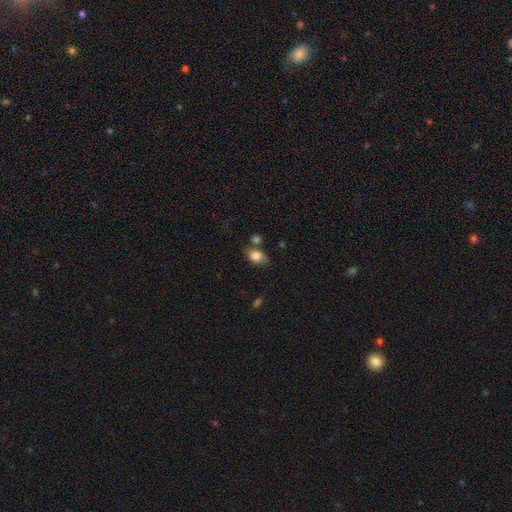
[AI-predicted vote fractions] The model was most divided on "merging": none: 54%, minor disturbance: 24%, merger: 15%, major disturbance: 8%. More confident: smooth or featured — smooth (79%); how rounded — in between (72%).